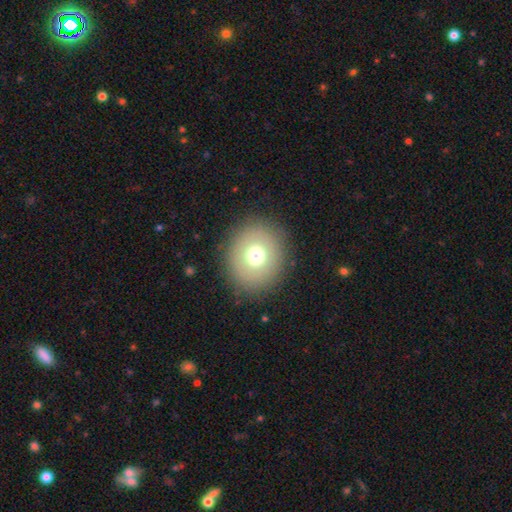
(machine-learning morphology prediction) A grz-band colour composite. It shows a smooth galaxy with no disk features (71%) that is round (74%). Merging: none (88%).